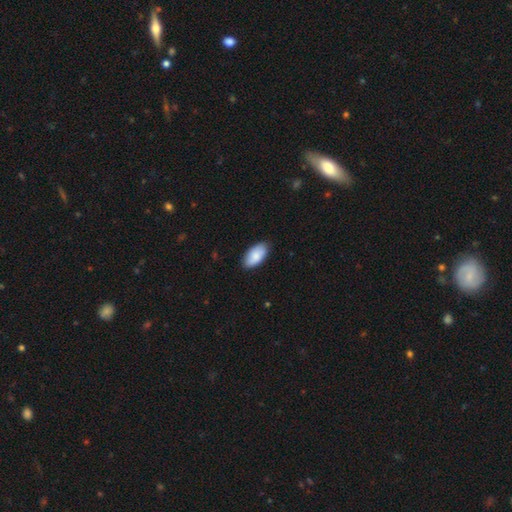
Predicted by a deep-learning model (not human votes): This appears to be a smooth galaxy with no disk features (86%) that is in between round and cigar-shaped (95%). Merging: none (85%).